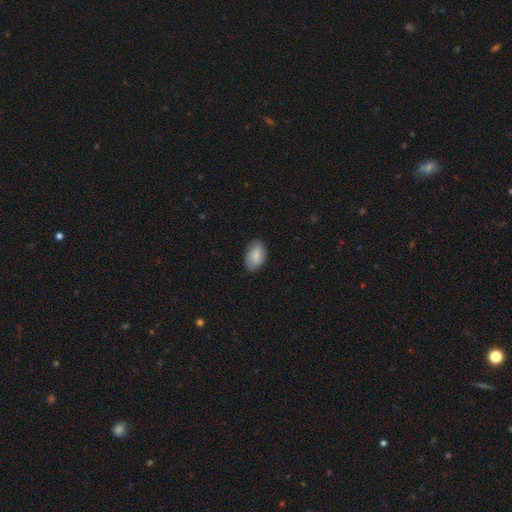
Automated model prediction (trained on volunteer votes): Smooth or featured? smooth (81%)
How rounded? in between (93%)
Merging? none (81%)